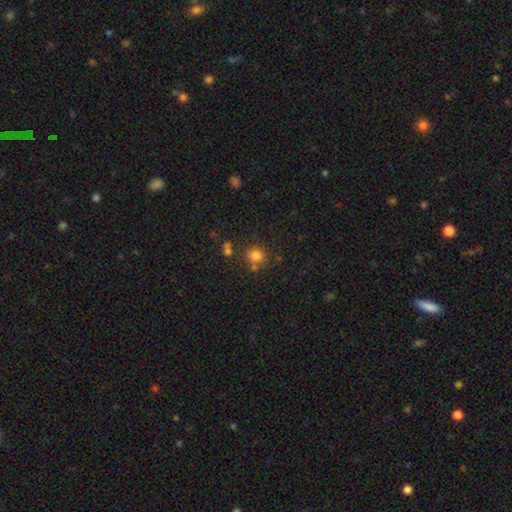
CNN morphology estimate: Smooth or featured?
  - smooth: 78% *
  - star or artifact: 15%
  - featured or disk: 7%
How rounded?
  - round: 84% *
  - in between: 15%
  - cigar-shaped: 1%
Merging?
  - none: 71% *
  - merger: 14%
  - minor disturbance: 11%
  - major disturbance: 4%